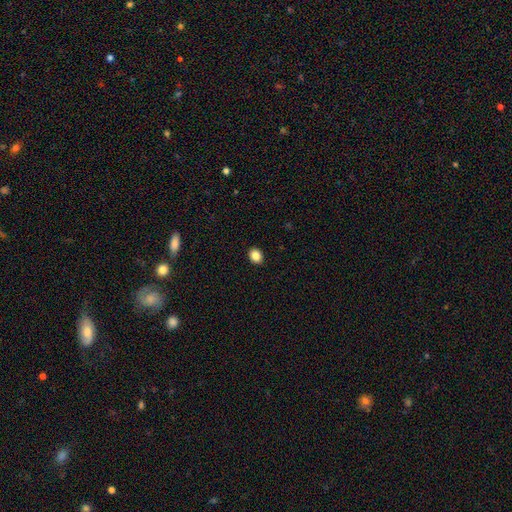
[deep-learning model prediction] A smooth galaxy with no disk features (86%) that is round (51%).

Vote fractions:
- Smooth or featured? smooth: 86% / star or artifact: 10% / featured or disk: 4%
- How rounded? round: 51% / in between: 48% / cigar-shaped: 1%
- Merging? none: 92% / minor disturbance: 6% / major disturbance: 2% / merger: 1%